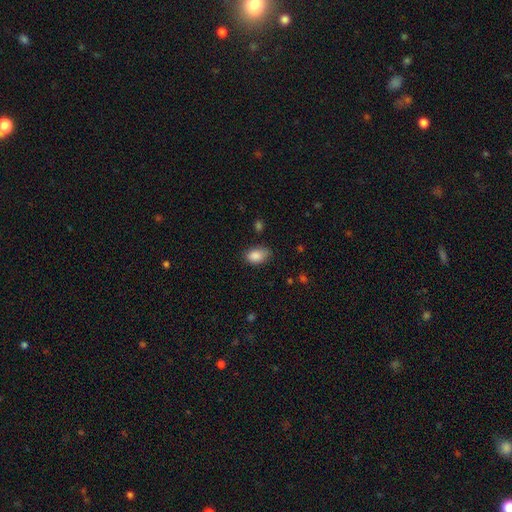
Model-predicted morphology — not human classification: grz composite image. It shows a smooth galaxy with no disk features (87%) that is in between round and cigar-shaped (87%). Merging: none (70%).